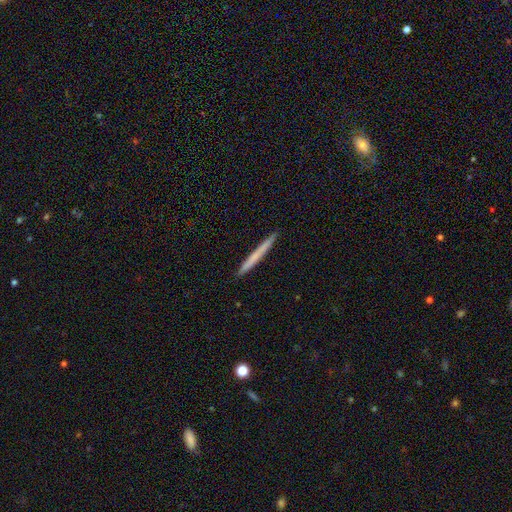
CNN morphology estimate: smooth-or-featured: smooth: 62% | featured or disk: 32% | star or artifact: 5%
  how-rounded: cigar-shaped: 97% | in between: 2% | round: 1%
  merging: none: 93% | minor disturbance: 5% | major disturbance: 1% | merger: 1%